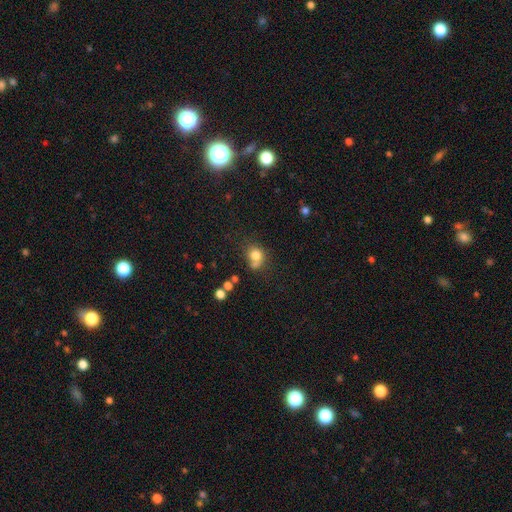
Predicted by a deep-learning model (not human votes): A smooth galaxy with no disk features (78%) that is round (72%). Merging: none (49%).